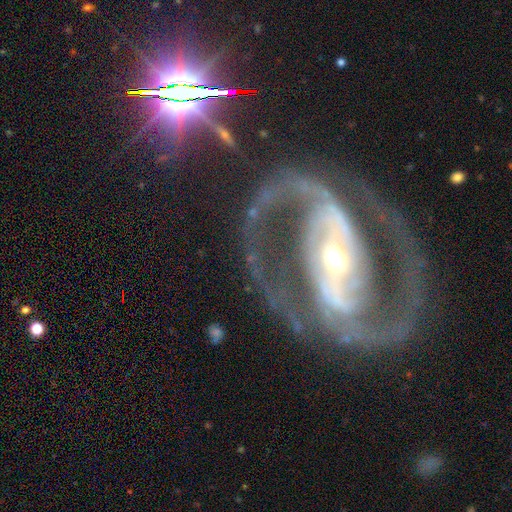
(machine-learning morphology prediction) A featured or disk galaxy (91%) with a strong bar (63%), 2 (94%) medium (60%) spiral arms (97%) and a small central bulge (49%).

Vote fractions:
- Smooth or featured? featured or disk: 91% / star or artifact: 6% / smooth: 3%
- Edge-on disk? no: 97% / yes: 3%
- Bar? strong: 63% / weak: 22% / no: 14%
- Spiral arms? yes: 97% / no: 3%
- Spiral winding? medium: 60% / tight: 25% / loose: 15%
- Spiral arm count? 2: 94% / can't tell: 2% / 3: 1% / 1: 1% / 4: 1% / more than 4: 1%
- Bulge size? small: 49% / moderate: 44% / large: 5% / dominant: 1% / none: 1%
- Merging? none: 78% / minor disturbance: 11% / major disturbance: 9% / merger: 2%